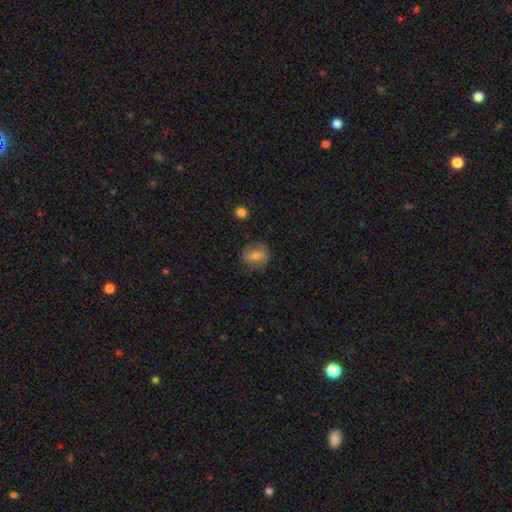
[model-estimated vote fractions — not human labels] Smooth or featured? Predicted: smooth (p=0.49). Merging? Predicted: none (p=0.76).